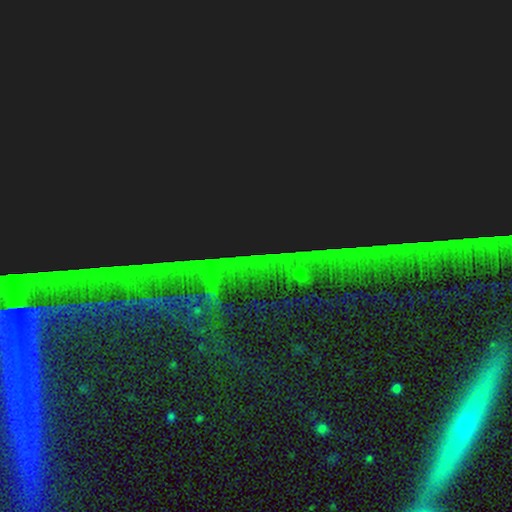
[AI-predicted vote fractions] Smooth or featured? Predicted: star or artifact (p=0.87).